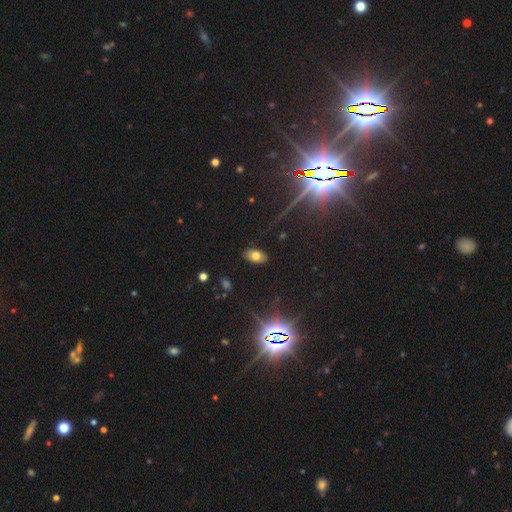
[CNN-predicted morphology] Smooth or featured: smooth — 71% (star or artifact — 15%)
How rounded: in between — 93% (round — 5%)
Merging: none — 86% (minor disturbance — 10%)